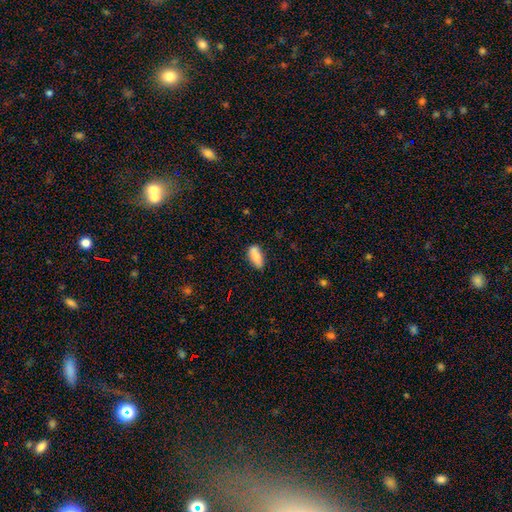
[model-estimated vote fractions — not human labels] The model was most divided on "merging": none: 77%, minor disturbance: 17%, major disturbance: 3%, merger: 3%. More confident: how rounded — in between (82%); smooth or featured — smooth (82%).